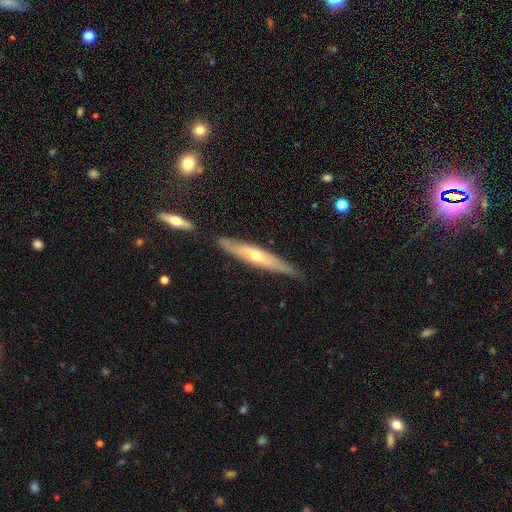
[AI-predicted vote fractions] smooth_or_featured: featured or disk (p=0.64) [alt: smooth p=0.30]
disk_edge_on: yes (p=0.81) [alt: no p=0.19]
edge_on_bulge: rounded (p=0.78) [alt: none p=0.20]
merging: none (p=0.78) [alt: minor disturbance p=0.17]